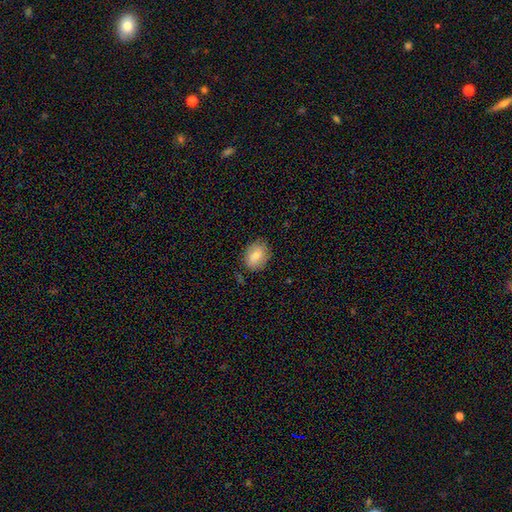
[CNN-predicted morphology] smooth-or-featured: smooth: 78% | featured or disk: 14% | star or artifact: 7%
  how-rounded: in between: 69% | round: 30% | cigar-shaped: 1%
  merging: none: 78% | minor disturbance: 16% | major disturbance: 4% | merger: 1%